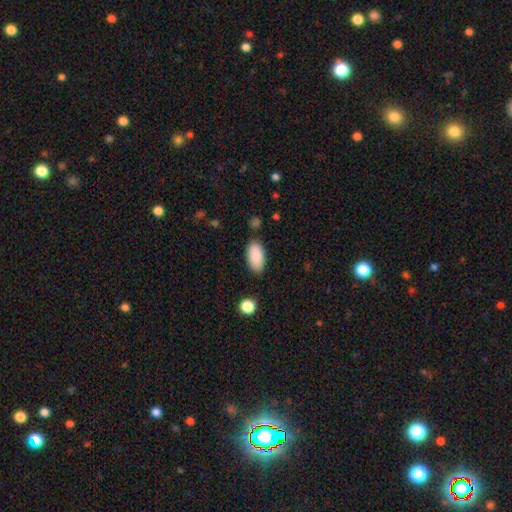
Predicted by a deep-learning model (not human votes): Overall: smooth (89%). How rounded: in between (94%). Merging: none (83%).